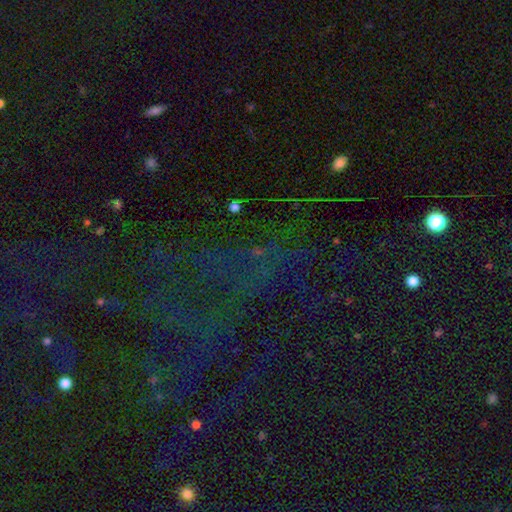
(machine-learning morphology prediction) Smooth or featured? star or artifact (73%)